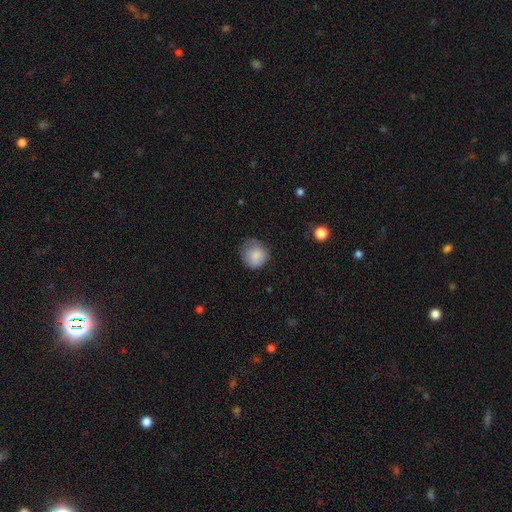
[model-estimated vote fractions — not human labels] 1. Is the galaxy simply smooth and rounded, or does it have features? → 84% smooth, 8% featured or disk, 8% star or artifact.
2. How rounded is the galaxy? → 86% round, 13% in between, 1% cigar-shaped.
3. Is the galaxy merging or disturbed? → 64% none, 26% minor disturbance, 8% major disturbance, 1% merger.